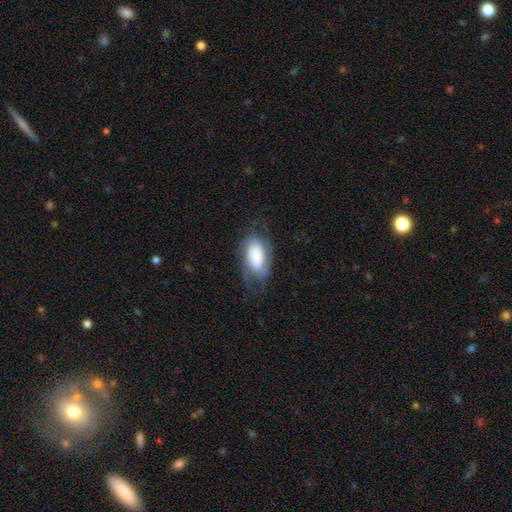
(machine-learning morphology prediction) Smooth or featured?
  - smooth: 47% *
  - featured or disk: 44%
  - star or artifact: 9%
Merging?
  - none: 55% *
  - minor disturbance: 25%
  - major disturbance: 18%
  - merger: 1%